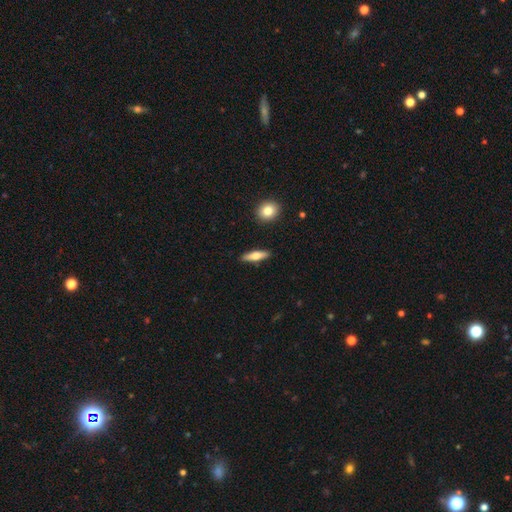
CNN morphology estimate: Smooth or featured: smooth — 61% (featured or disk — 33%)
How rounded: cigar-shaped — 64% (in between — 33%)
Merging: none — 89% (minor disturbance — 7%)